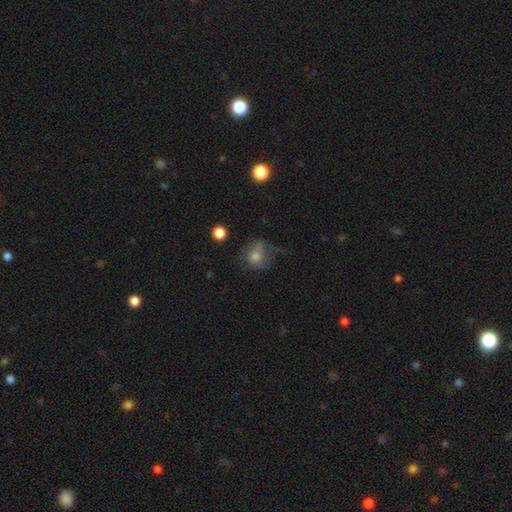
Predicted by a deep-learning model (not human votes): Overall: smooth (61%; featured or disk 25%). How rounded: round (68%; in between 31%). Merging: none (48%; minor disturbance 26%).